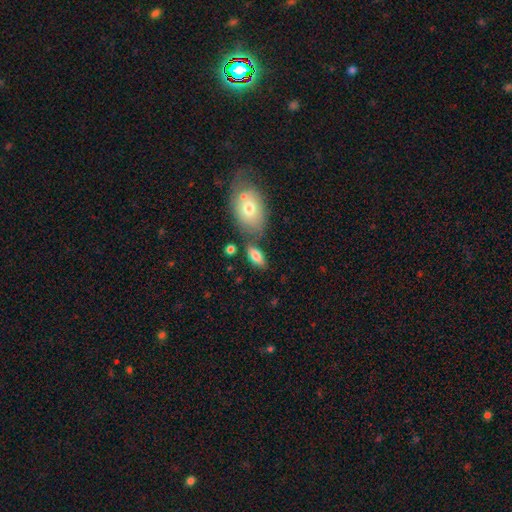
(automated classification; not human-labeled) A smooth galaxy with no disk features (77%) that is in between round and cigar-shaped (87%).

Vote fractions:
- Smooth or featured? smooth: 77% / featured or disk: 15% / star or artifact: 7%
- How rounded? in between: 87% / cigar-shaped: 9% / round: 4%
- Merging? none: 61% / merger: 17% / minor disturbance: 16% / major disturbance: 6%